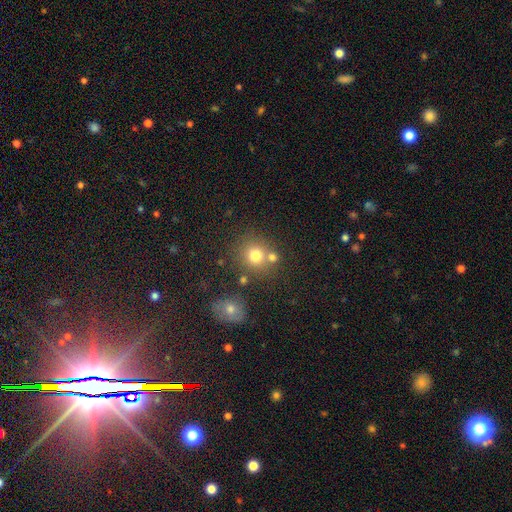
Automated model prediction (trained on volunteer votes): A smooth galaxy with no disk features (75%) that is round (85%). Merging: none (65%).